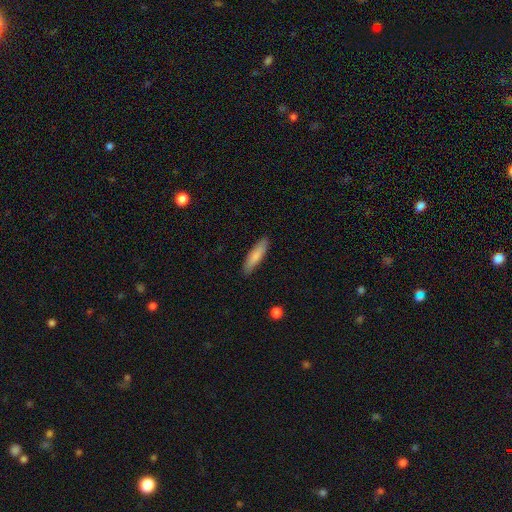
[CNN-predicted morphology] smooth 82%, featured or disk 13%, star or artifact 5%. Down the decision tree: how rounded — cigar-shaped (70%); merging — none (88%).